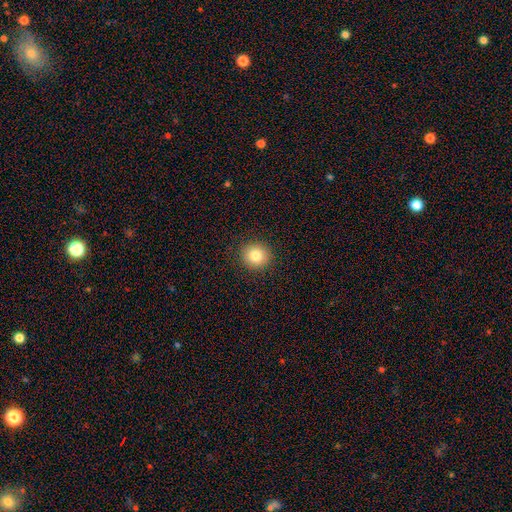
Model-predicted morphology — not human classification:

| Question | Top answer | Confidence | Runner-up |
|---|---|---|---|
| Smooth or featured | smooth | 83% | star or artifact (10%) |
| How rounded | round | 88% | in between (11%) |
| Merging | none | 91% | minor disturbance (6%) |